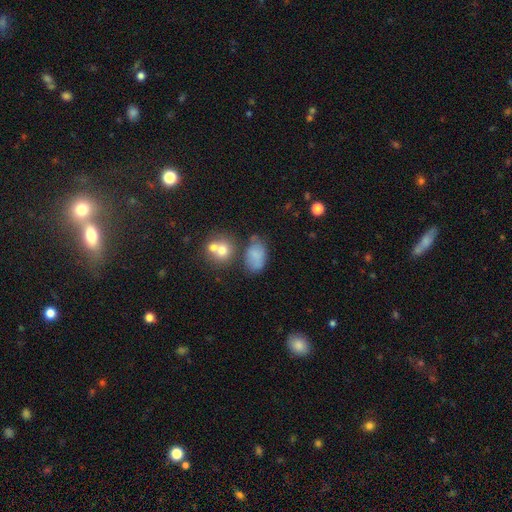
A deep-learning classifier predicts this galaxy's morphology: Smooth or featured?
  - smooth: 72% *
  - featured or disk: 17%
  - star or artifact: 11%
How rounded?
  - in between: 87% *
  - round: 11%
  - cigar-shaped: 2%
Merging?
  - none: 51% *
  - minor disturbance: 25%
  - merger: 14%
  - major disturbance: 10%